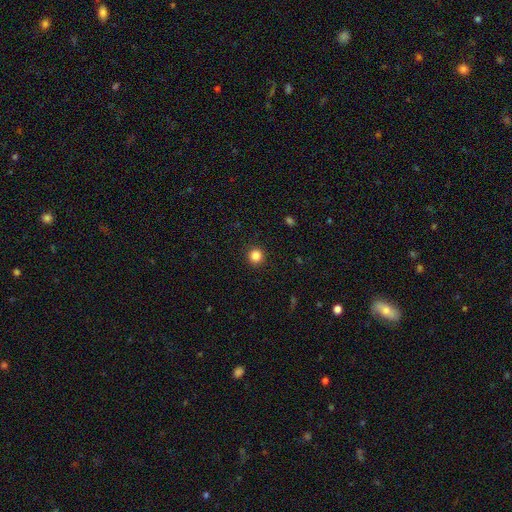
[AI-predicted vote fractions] This is clearly a smooth galaxy (85%). How rounded: clearly round (94%). Merging: clearly none (93%).